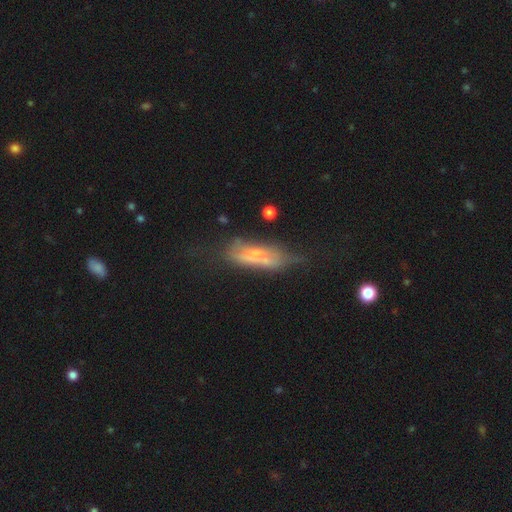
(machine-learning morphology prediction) A smooth galaxy with no disk features (45%). Merging: none (39%).